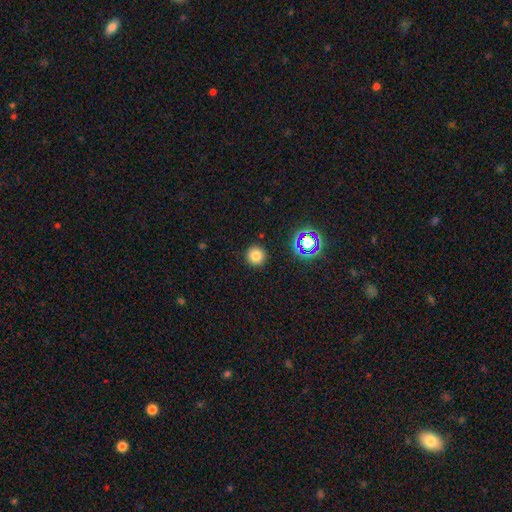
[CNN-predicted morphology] smooth 77%, star or artifact 17%, featured or disk 6%. Down the decision tree: how rounded — round (95%); merging — none (91%).